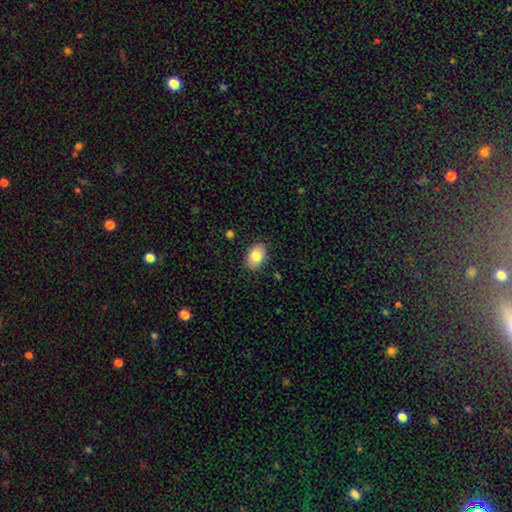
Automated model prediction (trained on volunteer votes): This is clearly a smooth galaxy (83%). How rounded: clearly in between (85%). Merging: clearly none (87%).